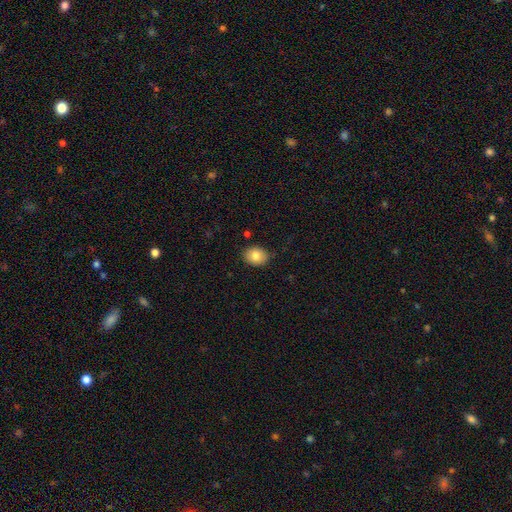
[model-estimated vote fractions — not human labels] Smooth or featured? Predicted: smooth (p=0.81). How rounded? Predicted: round (p=0.51). Merging? Predicted: none (p=0.85).